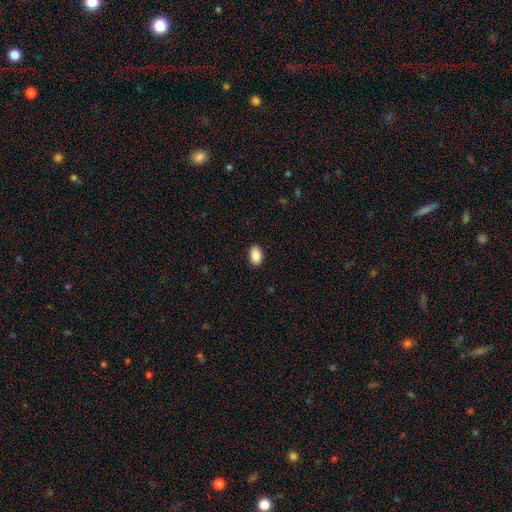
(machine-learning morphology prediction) type=smooth (90%); roundness=in between (90%); merging=none (89%).